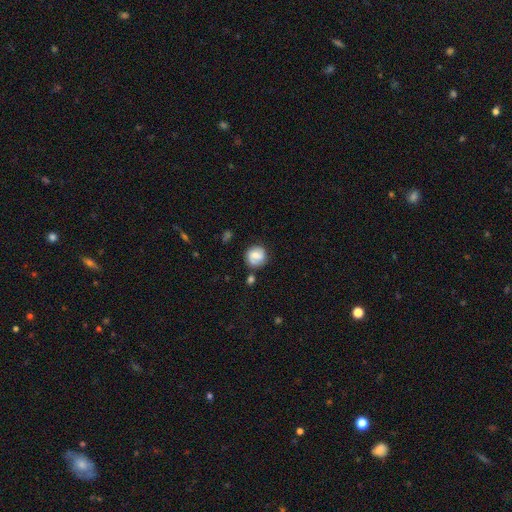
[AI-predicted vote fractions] The model was most divided on "smooth or featured": smooth: 50%, featured or disk: 42%, star or artifact: 9%. More confident: merging — none (71%).